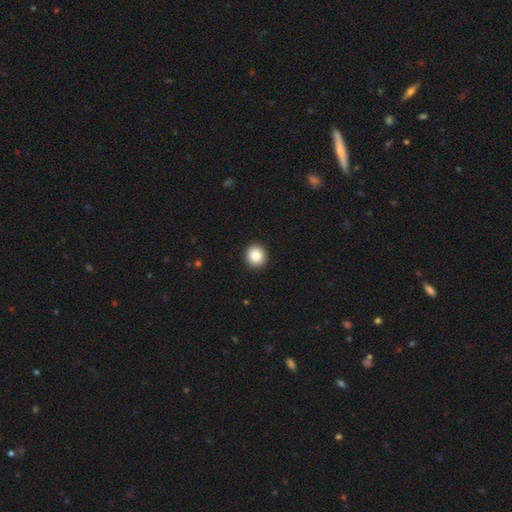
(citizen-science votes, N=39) smooth 85%, featured or disk 10%, star or artifact 5%. Down the decision tree: how rounded — round (97%); merging — none (97%).